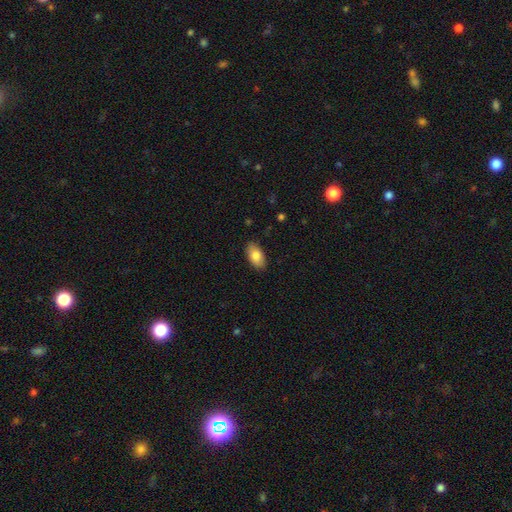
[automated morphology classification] Smooth or featured? smooth (82%)
How rounded? in between (94%)
Merging? none (88%)